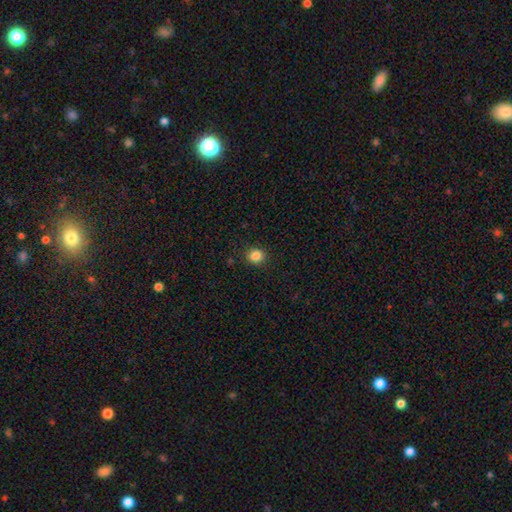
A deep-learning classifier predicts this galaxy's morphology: type=smooth (85%); roundness=round (83%); merging=none (90%).